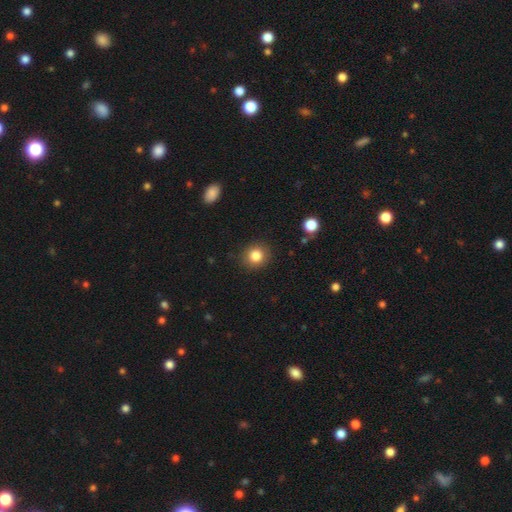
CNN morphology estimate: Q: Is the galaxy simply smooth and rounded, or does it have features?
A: smooth — 84%.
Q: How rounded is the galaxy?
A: round — 87%.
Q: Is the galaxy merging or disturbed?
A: none — 88%.